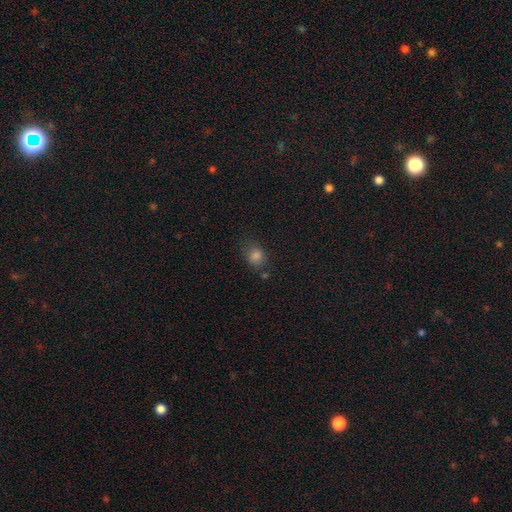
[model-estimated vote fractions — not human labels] Smooth or featured?
  - smooth: 78% *
  - star or artifact: 15%
  - featured or disk: 7%
How rounded?
  - round: 55% *
  - in between: 44%
  - cigar-shaped: 1%
Merging?
  - none: 63% *
  - minor disturbance: 22%
  - major disturbance: 8%
  - merger: 6%